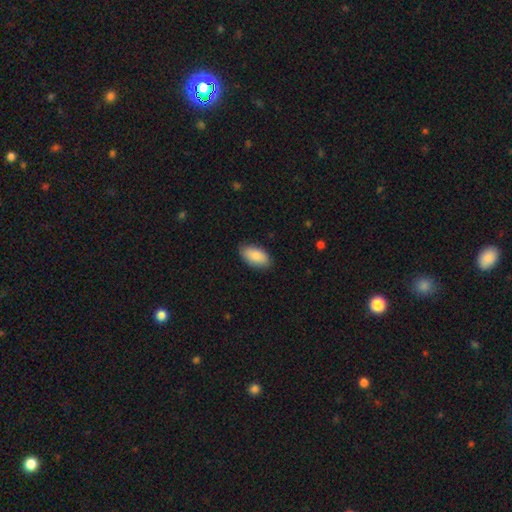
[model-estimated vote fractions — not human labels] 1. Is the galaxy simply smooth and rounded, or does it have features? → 86% smooth, 9% featured or disk, 6% star or artifact.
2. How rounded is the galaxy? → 94% in between, 3% round, 2% cigar-shaped.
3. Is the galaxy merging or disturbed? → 84% none, 12% minor disturbance, 2% major disturbance, 1% merger.